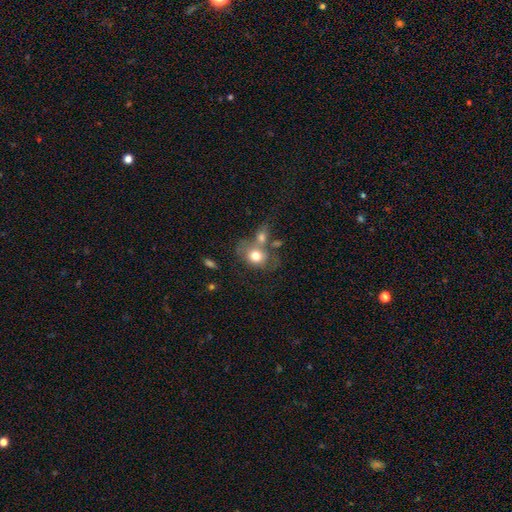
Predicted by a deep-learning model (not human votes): smooth-or-featured: smooth: 73% | featured or disk: 19% | star or artifact: 8%
  how-rounded: round: 53% | in between: 46% | cigar-shaped: 1%
  merging: merger: 45% | none: 31% | minor disturbance: 14% | major disturbance: 11%